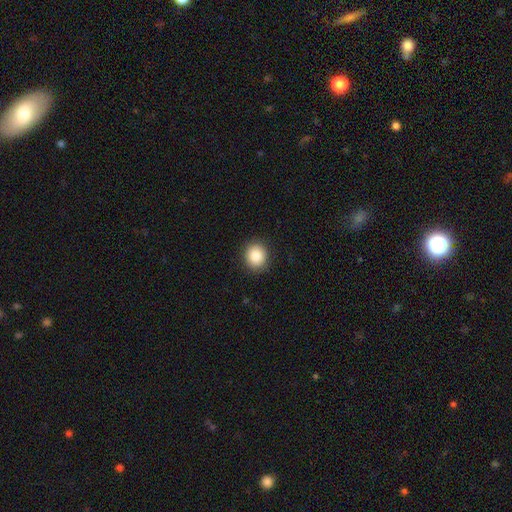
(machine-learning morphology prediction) Overall: smooth (85%). How rounded: round (81%). Merging: none (90%).